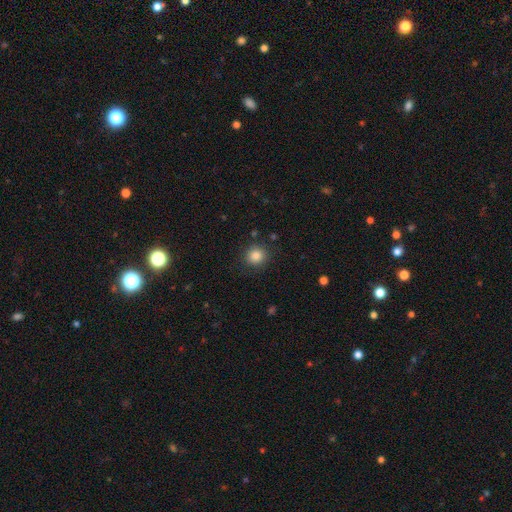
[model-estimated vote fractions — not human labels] Smooth or featured? Predicted: smooth (p=0.85). How rounded? Predicted: round (p=0.88). Merging? Predicted: none (p=0.88).